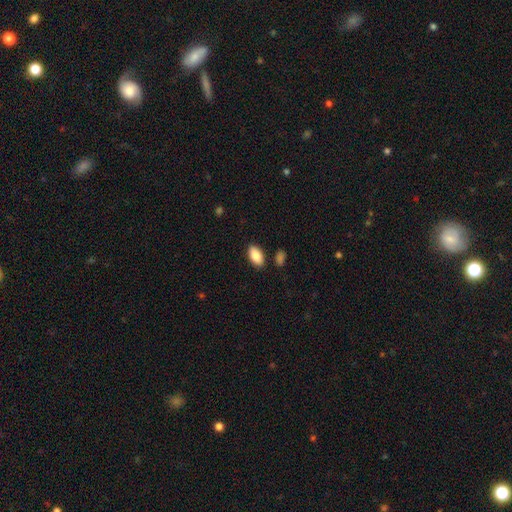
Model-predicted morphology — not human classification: Smooth or featured? smooth (87%)
How rounded? in between (93%)
Merging? none (86%)